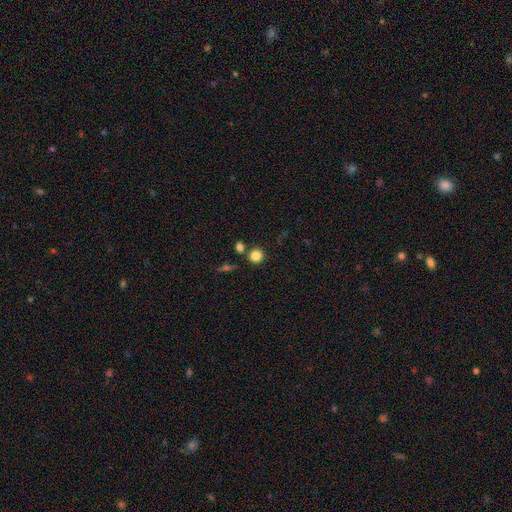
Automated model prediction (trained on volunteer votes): This is clearly a smooth galaxy (84%). How rounded: clearly round (89%). Merging: likely none (77%).